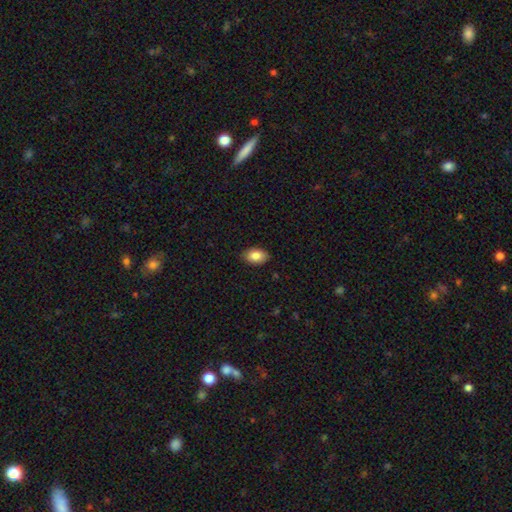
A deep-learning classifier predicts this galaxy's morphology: Q: Smooth or featured?
A: smooth (84%); runner-up: featured or disk (8%)
Q: How rounded?
A: in between (89%); runner-up: round (10%)
Q: Merging?
A: none (87%); runner-up: minor disturbance (10%)